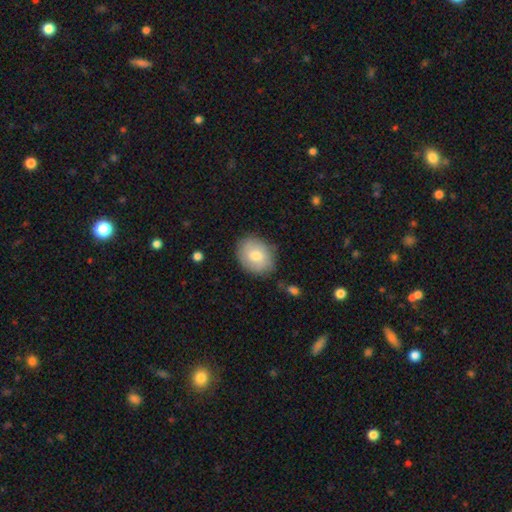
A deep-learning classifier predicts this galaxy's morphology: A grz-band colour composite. It shows a smooth galaxy with no disk features (74%) that is round (52%). Merging: none (80%).